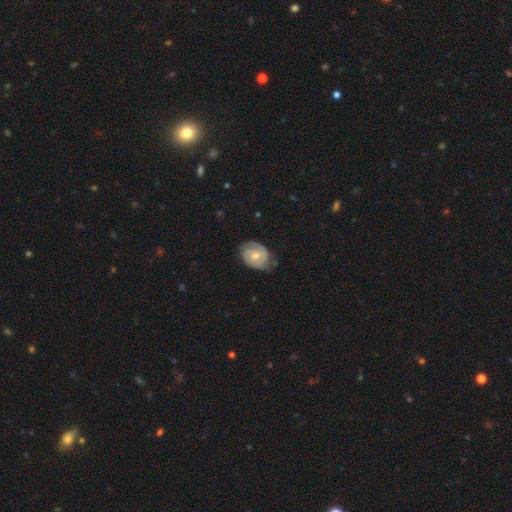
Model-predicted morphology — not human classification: featured or disk 73%, smooth 22%, star or artifact 6%. Down the decision tree: edge-on disk — no (97%); bar — no (52%); spiral arms — yes (91%); spiral arm count — 2 (72%); spiral winding — tight (58%); bulge size — moderate (54%); merging — none (71%).